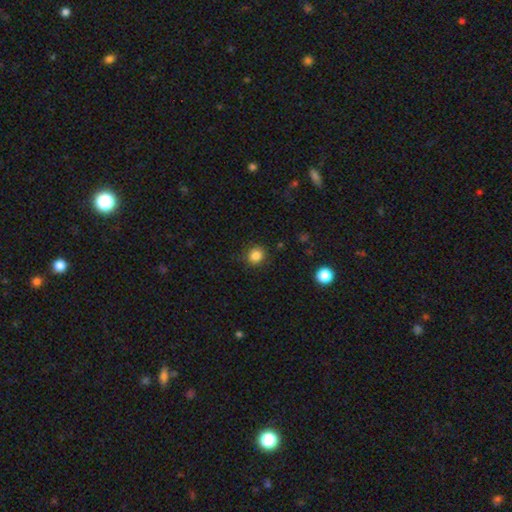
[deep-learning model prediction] smooth_or_featured: smooth (p=0.85) [alt: star or artifact p=0.11]
how_rounded: round (p=0.85) [alt: in between p=0.14]
merging: none (p=0.88) [alt: minor disturbance p=0.08]